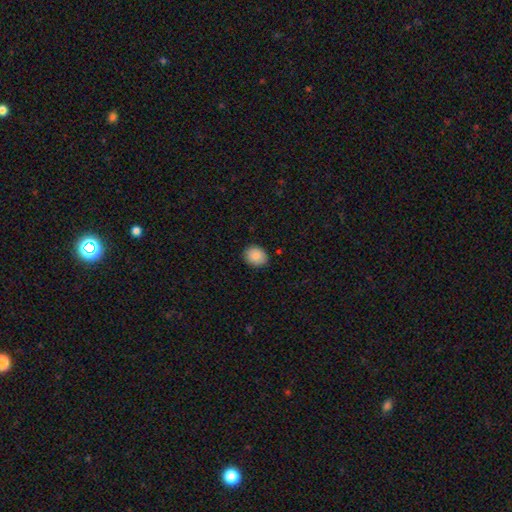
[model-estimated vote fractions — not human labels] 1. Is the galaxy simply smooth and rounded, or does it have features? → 88% smooth, 8% star or artifact, 4% featured or disk.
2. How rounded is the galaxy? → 58% round, 41% in between, 1% cigar-shaped.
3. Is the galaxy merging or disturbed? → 89% none, 8% minor disturbance, 2% major disturbance, 1% merger.